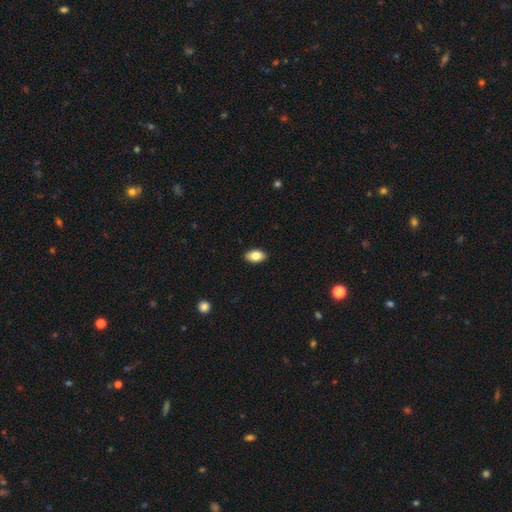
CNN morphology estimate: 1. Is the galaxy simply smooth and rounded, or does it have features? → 83% smooth, 10% featured or disk, 7% star or artifact.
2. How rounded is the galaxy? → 92% in between, 6% round, 2% cigar-shaped.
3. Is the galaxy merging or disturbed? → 90% none, 7% minor disturbance, 2% major disturbance, 1% merger.